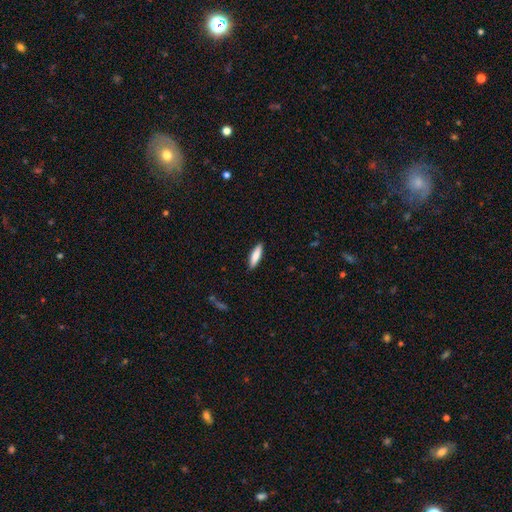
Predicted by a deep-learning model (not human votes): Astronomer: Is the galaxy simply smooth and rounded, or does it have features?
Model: smooth — 81%.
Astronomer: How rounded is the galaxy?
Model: cigar-shaped — 66%.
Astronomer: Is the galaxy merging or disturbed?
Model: none — 90%.